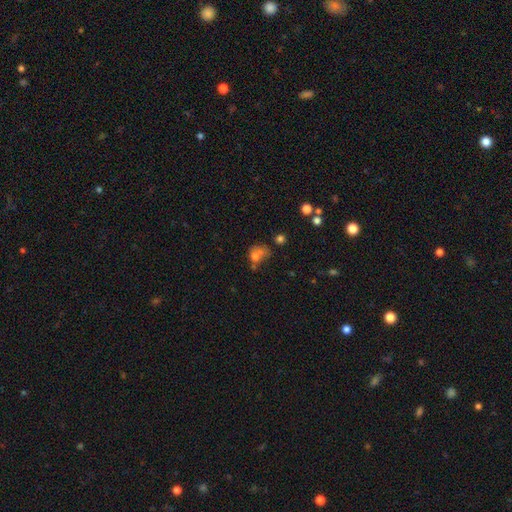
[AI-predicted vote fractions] Morphology: type=smooth (65%); roundness=in between (51%); merging=merger (39%).